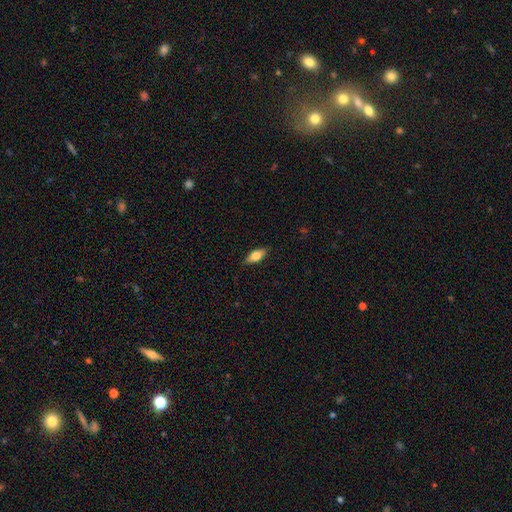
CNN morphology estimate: This is likely a smooth galaxy (70%). How rounded: likely in between (78%). Merging: clearly none (84%).